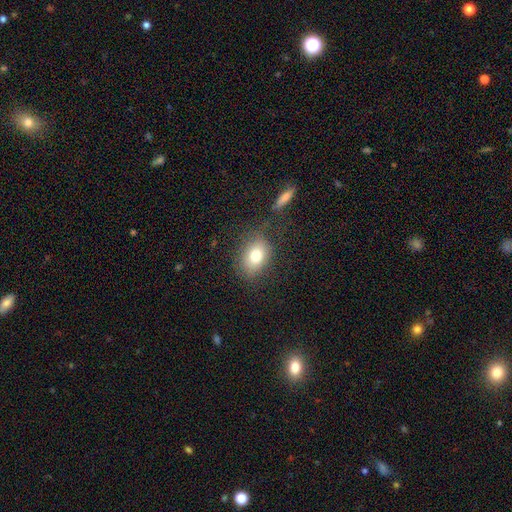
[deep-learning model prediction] A smooth galaxy with no disk features (76%) that is in between round and cigar-shaped (67%).

Vote fractions:
- Smooth or featured? smooth: 76% / featured or disk: 13% / star or artifact: 10%
- How rounded? in between: 67% / round: 32% / cigar-shaped: 2%
- Merging? none: 72% / minor disturbance: 17% / major disturbance: 7% / merger: 4%